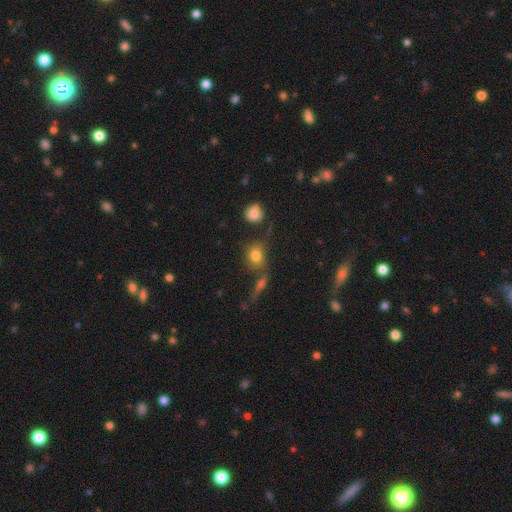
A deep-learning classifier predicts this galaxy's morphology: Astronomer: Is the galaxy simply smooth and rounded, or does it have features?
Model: smooth — 75%.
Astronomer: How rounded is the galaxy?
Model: round — 59% (runner-up: in between, 39%).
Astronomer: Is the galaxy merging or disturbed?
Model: none — 53%.